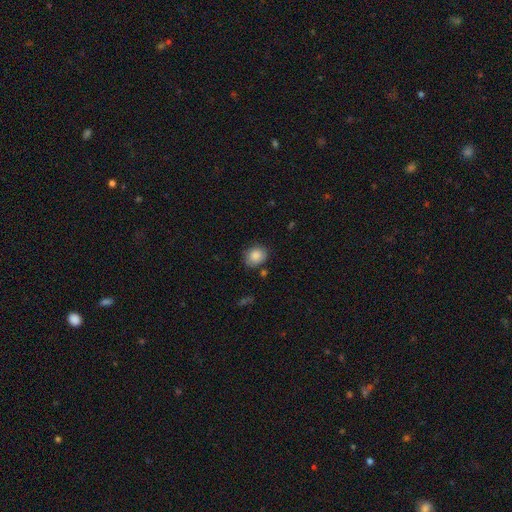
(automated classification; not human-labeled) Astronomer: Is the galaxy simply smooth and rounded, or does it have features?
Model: smooth — 86%.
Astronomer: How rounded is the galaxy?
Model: round — 61% (runner-up: in between, 38%).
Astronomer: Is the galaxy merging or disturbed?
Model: none — 77%.